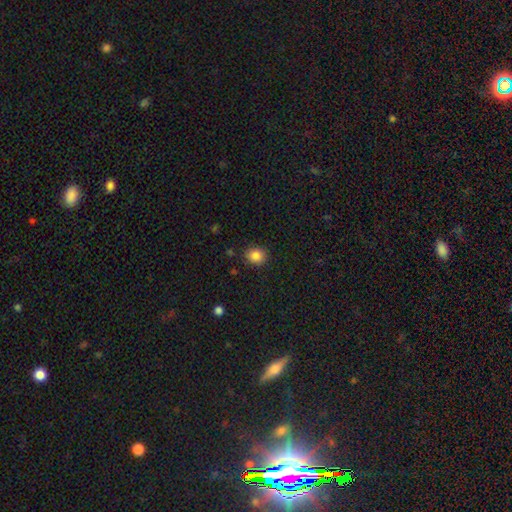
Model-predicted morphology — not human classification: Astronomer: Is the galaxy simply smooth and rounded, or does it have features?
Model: smooth — 84%.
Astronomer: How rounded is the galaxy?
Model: round — 68%.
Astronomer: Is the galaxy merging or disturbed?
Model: none — 87%.